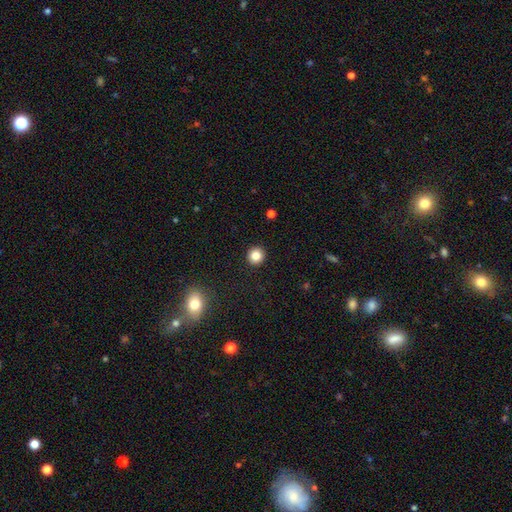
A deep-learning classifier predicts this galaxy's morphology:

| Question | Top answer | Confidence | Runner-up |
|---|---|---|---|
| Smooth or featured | smooth | 83% | star or artifact (11%) |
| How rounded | round | 94% | in between (5%) |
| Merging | none | 93% | minor disturbance (4%) |